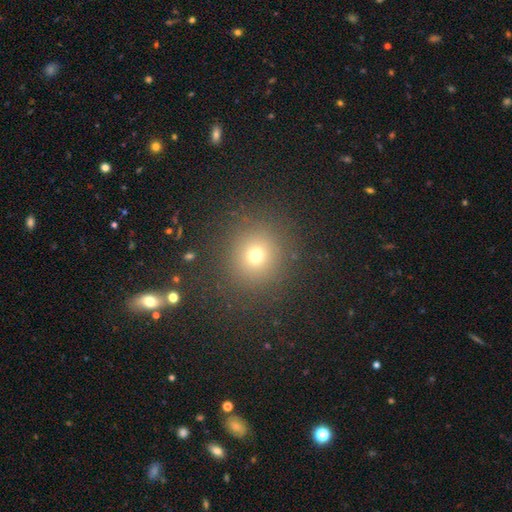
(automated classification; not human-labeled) Q: Smooth or featured?
A: smooth (71%); runner-up: star or artifact (21%)
Q: How rounded?
A: round (90%); runner-up: in between (9%)
Q: Merging?
A: none (88%); runner-up: minor disturbance (7%)